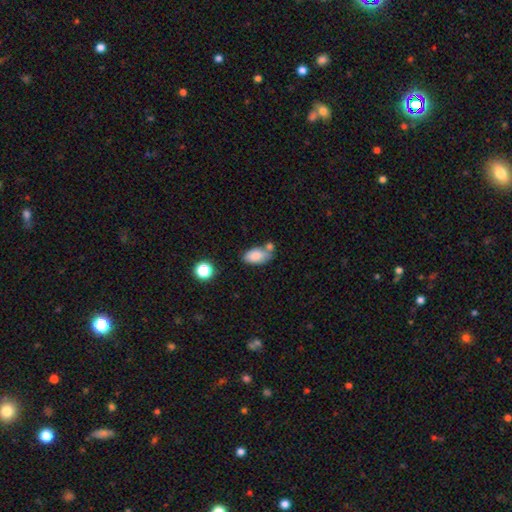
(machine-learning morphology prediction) smooth_or_featured: smooth (p=0.83) [alt: featured or disk p=0.09]
how_rounded: in between (p=0.92) [alt: round p=0.05]
merging: none (p=0.50) [alt: merger p=0.26]